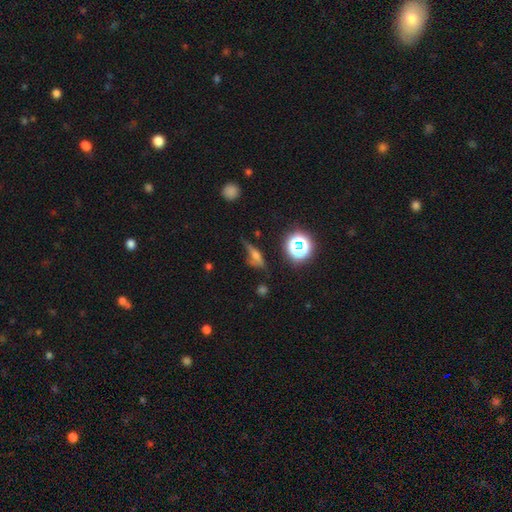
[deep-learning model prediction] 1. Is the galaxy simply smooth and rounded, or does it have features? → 40% smooth, 38% featured or disk, 22% star or artifact.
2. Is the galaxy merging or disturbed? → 50% none, 28% minor disturbance, 16% major disturbance, 5% merger.